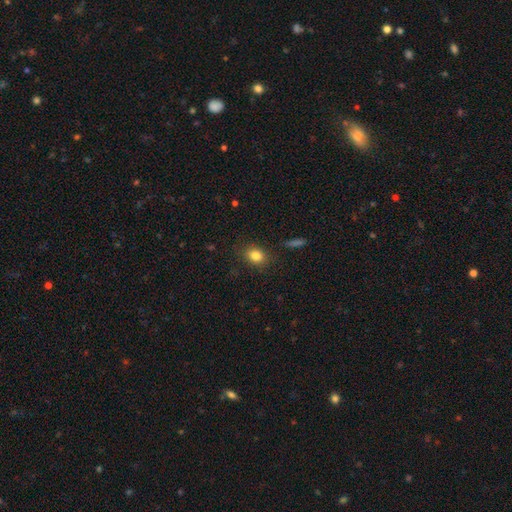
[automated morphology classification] A smooth galaxy with no disk features (83%) that is in between round and cigar-shaped (59%).

Vote fractions:
- Smooth or featured? smooth: 83% / star or artifact: 10% / featured or disk: 7%
- How rounded? in between: 59% / round: 39% / cigar-shaped: 1%
- Merging? none: 84% / minor disturbance: 11% / major disturbance: 3% / merger: 1%